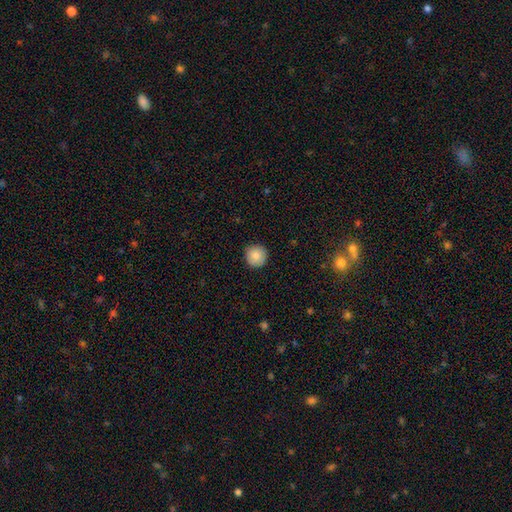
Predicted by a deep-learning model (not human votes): Smooth or featured?
  - smooth: 87% *
  - star or artifact: 8%
  - featured or disk: 5%
How rounded?
  - round: 95% *
  - in between: 4%
  - cigar-shaped: 1%
Merging?
  - none: 90% *
  - minor disturbance: 7%
  - major disturbance: 2%
  - merger: 1%